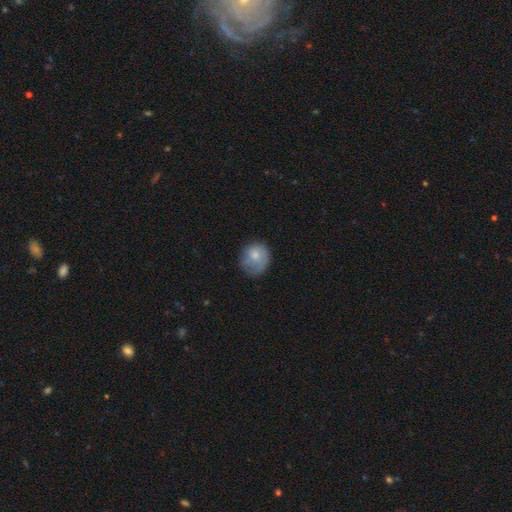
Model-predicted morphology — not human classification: Smooth or featured: smooth — 74% (featured or disk — 18%)
How rounded: round — 79% (in between — 20%)
Merging: none — 60% (minor disturbance — 28%)